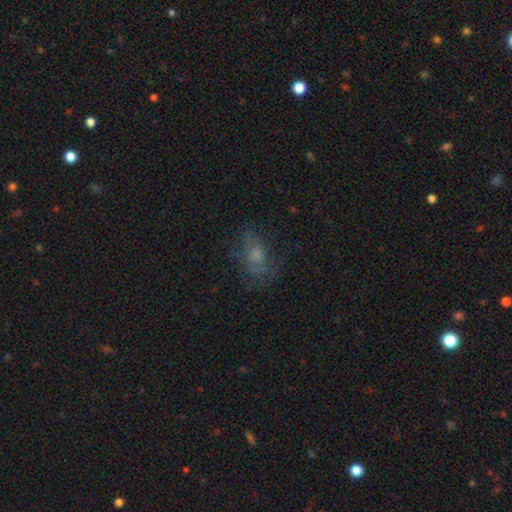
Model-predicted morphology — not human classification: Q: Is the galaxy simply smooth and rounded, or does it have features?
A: smooth — 45%.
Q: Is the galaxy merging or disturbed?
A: none — 54%.